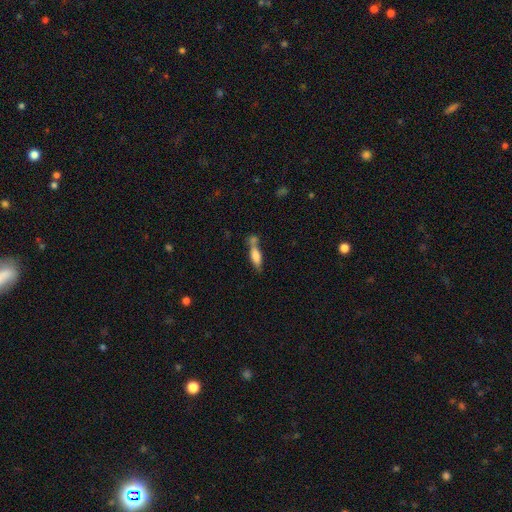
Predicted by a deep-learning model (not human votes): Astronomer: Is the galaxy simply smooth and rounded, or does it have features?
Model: smooth — 73%.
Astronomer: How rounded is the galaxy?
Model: in between — 54% (runner-up: cigar-shaped, 44%).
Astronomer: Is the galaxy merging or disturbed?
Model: merger — 40% (runner-up: none, 38%).